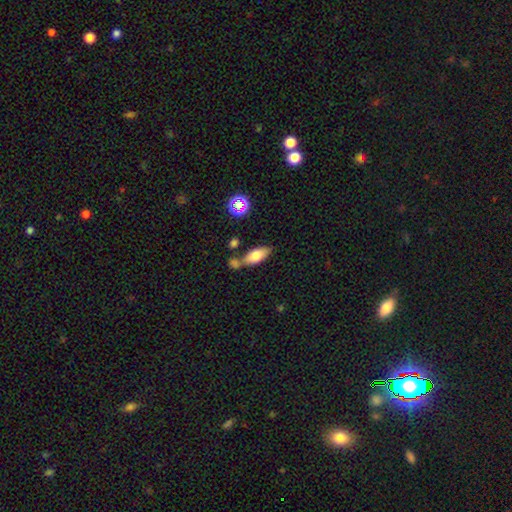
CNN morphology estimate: Smooth or featured: smooth — 72% (featured or disk — 19%)
How rounded: in between — 81% (cigar-shaped — 15%)
Merging: none — 55% (merger — 24%)